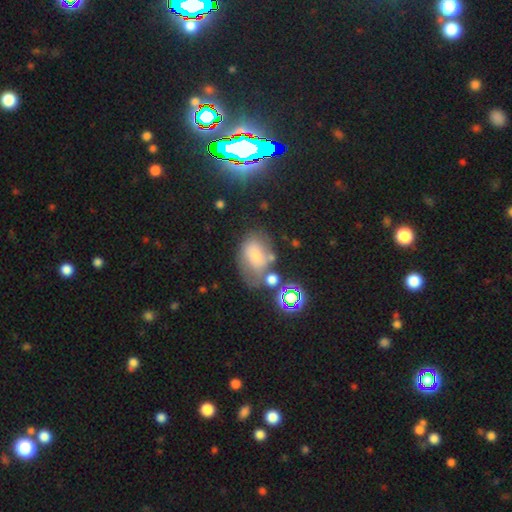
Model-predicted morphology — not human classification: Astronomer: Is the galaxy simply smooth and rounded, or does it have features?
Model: smooth — 59%.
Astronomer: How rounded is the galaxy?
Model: in between — 78%.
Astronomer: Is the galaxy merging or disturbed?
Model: none — 41% (runner-up: minor disturbance, 24%).